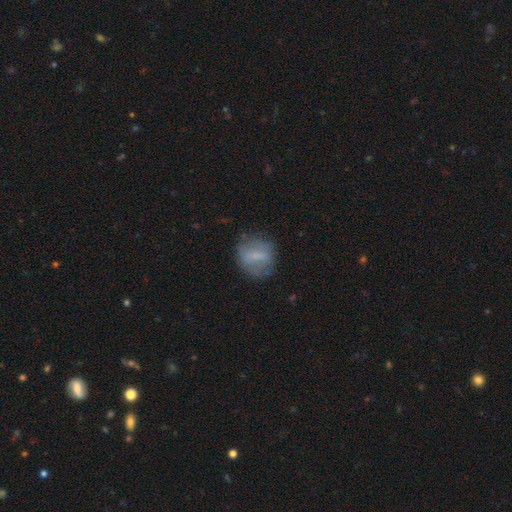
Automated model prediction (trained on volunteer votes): Smooth or featured? smooth (57%)
How rounded? round (64%)
Merging? none (71%)